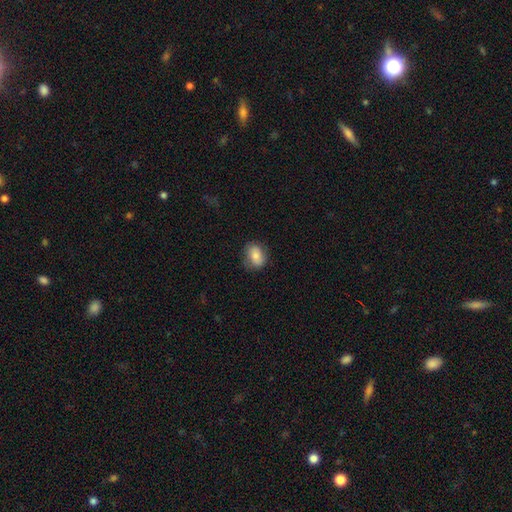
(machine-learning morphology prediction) This appears to be a smooth galaxy with no disk features (77%) that is in between round and cigar-shaped (66%). Merging: none (75%).